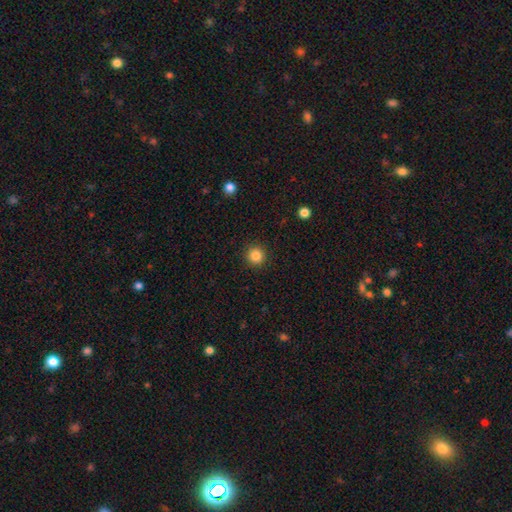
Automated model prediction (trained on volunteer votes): Smooth or featured?
  - smooth: 85% *
  - star or artifact: 11%
  - featured or disk: 4%
How rounded?
  - round: 95% *
  - in between: 4%
  - cigar-shaped: 1%
Merging?
  - none: 92% *
  - minor disturbance: 5%
  - major disturbance: 2%
  - merger: 1%